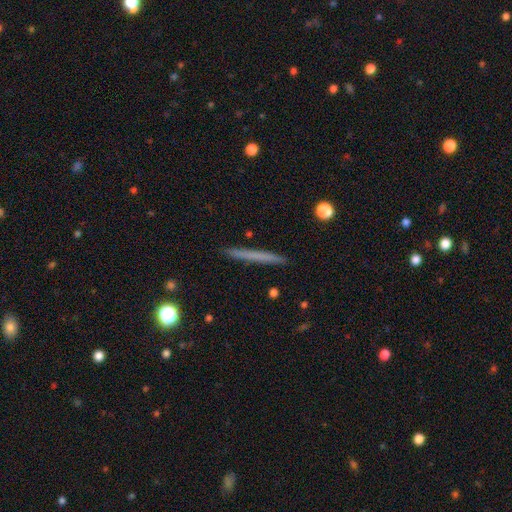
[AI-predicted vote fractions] smooth-or-featured: smooth: 57% | featured or disk: 36% | star or artifact: 7%
  how-rounded: cigar-shaped: 97% | in between: 2% | round: 2%
  merging: none: 91% | minor disturbance: 6% | major disturbance: 1% | merger: 1%